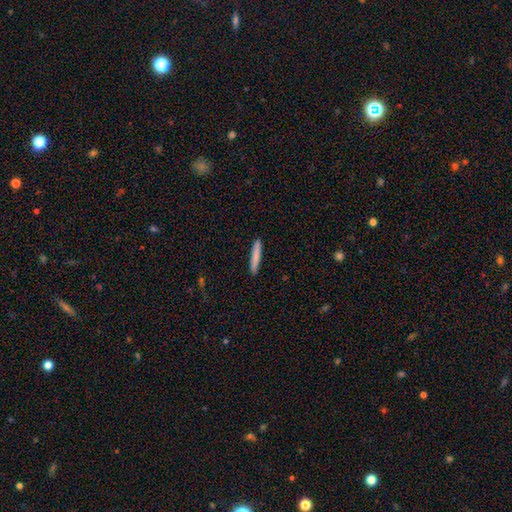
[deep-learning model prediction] Morphology: type=smooth (82%); roundness=cigar-shaped (94%); merging=none (91%).